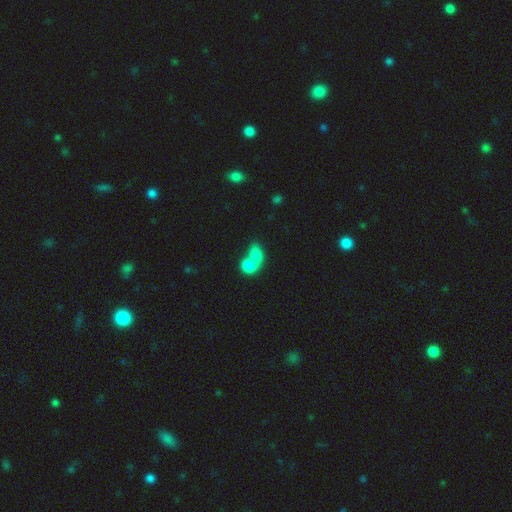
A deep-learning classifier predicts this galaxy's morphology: Q: Smooth or featured?
A: smooth (80%); runner-up: featured or disk (12%)
Q: How rounded?
A: in between (65%); runner-up: round (33%)
Q: Merging?
A: merger (68%); runner-up: none (22%)